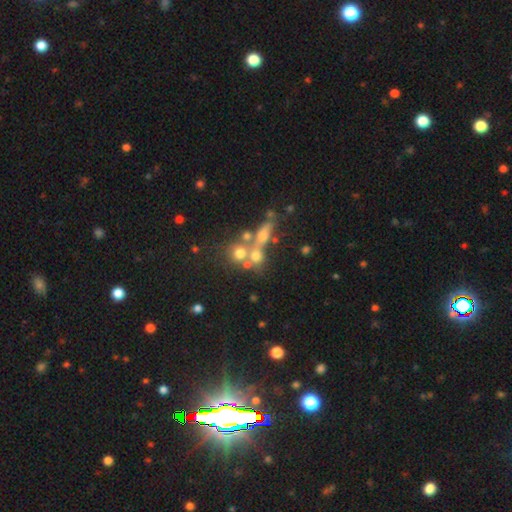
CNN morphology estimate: The model was most divided on "merging": merger: 44%, none: 40%, minor disturbance: 9%, major disturbance: 7%. More confident: how rounded — round (71%); smooth or featured — smooth (57%).